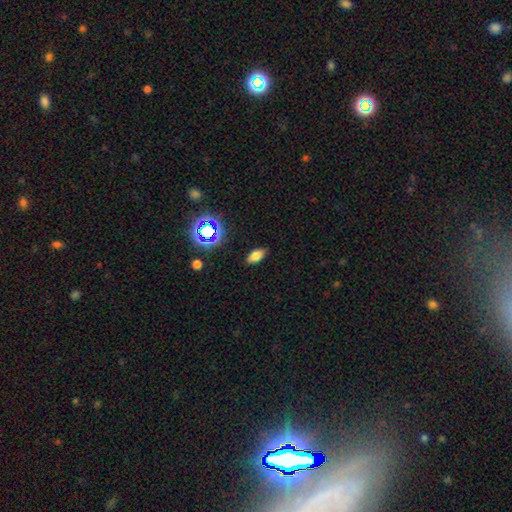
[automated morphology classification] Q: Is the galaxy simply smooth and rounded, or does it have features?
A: smooth — 74%.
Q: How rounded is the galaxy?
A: in between — 87%.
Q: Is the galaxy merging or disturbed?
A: none — 86%.